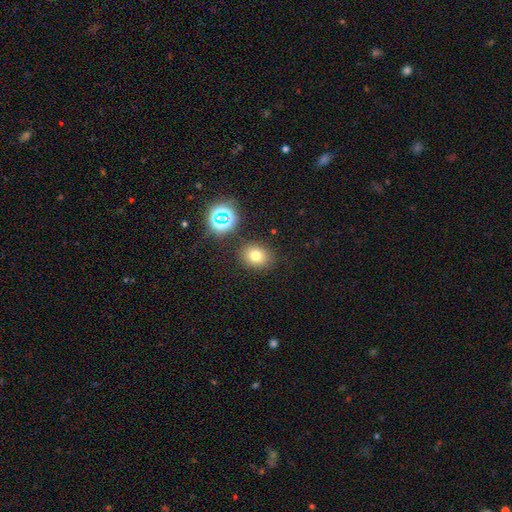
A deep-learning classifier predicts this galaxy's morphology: A smooth galaxy with no disk features (72%) that is round (58%).

Vote fractions:
- Smooth or featured? smooth: 72% / star or artifact: 19% / featured or disk: 9%
- How rounded? round: 58% / in between: 41% / cigar-shaped: 1%
- Merging? none: 84% / minor disturbance: 9% / merger: 4% / major disturbance: 3%